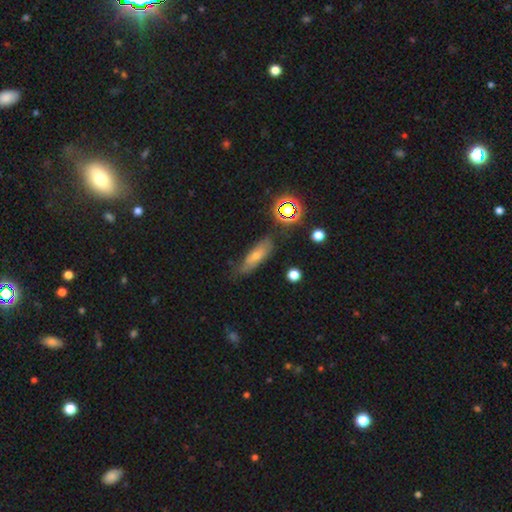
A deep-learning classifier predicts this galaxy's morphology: type=smooth (52%); roundness=cigar-shaped (49%); merging=none (65%).